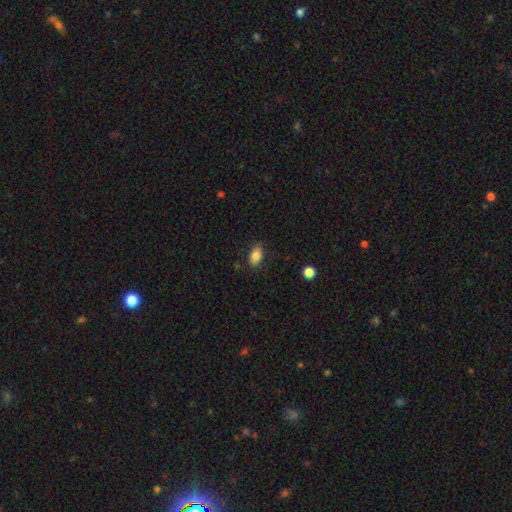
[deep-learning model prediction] Smooth or featured: smooth — 82% (featured or disk — 10%)
How rounded: in between — 88% (round — 9%)
Merging: none — 83% (minor disturbance — 13%)